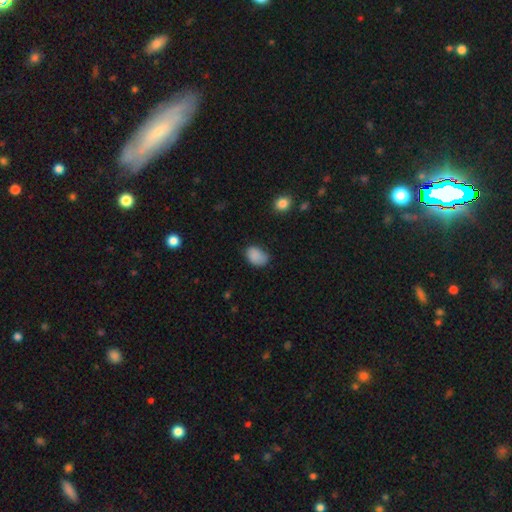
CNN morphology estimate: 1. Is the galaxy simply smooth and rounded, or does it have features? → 85% smooth, 9% star or artifact, 6% featured or disk.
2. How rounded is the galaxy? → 83% in between, 16% round, 1% cigar-shaped.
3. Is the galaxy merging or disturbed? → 60% none, 30% minor disturbance, 7% major disturbance, 2% merger.